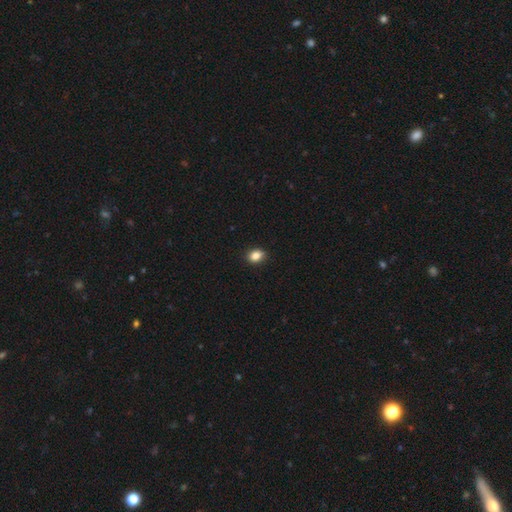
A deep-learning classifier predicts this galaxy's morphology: Q: Smooth or featured?
A: smooth (86%); runner-up: star or artifact (9%)
Q: How rounded?
A: in between (68%); runner-up: round (30%)
Q: Merging?
A: none (89%); runner-up: minor disturbance (9%)